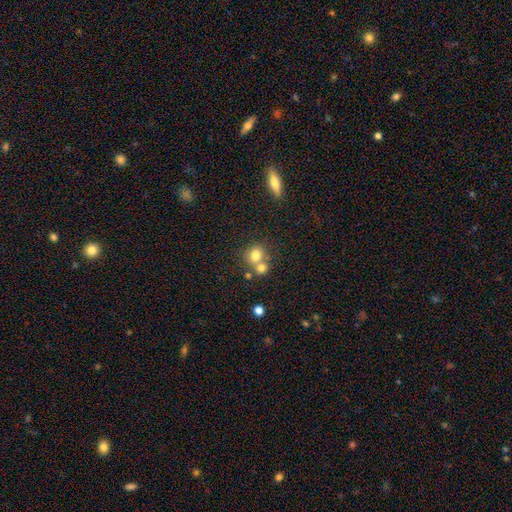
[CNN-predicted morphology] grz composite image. It shows a smooth galaxy with no disk features (76%) that is round (77%). Merging: none (46%).